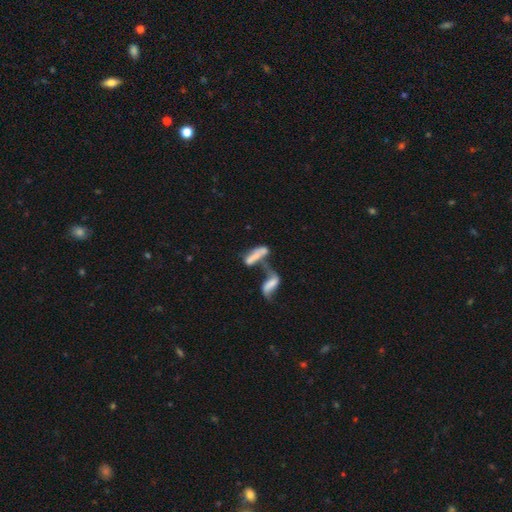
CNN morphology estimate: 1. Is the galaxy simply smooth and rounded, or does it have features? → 50% smooth, 39% featured or disk, 11% star or artifact.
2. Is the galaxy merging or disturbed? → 66% merger, 14% major disturbance, 12% none, 8% minor disturbance.